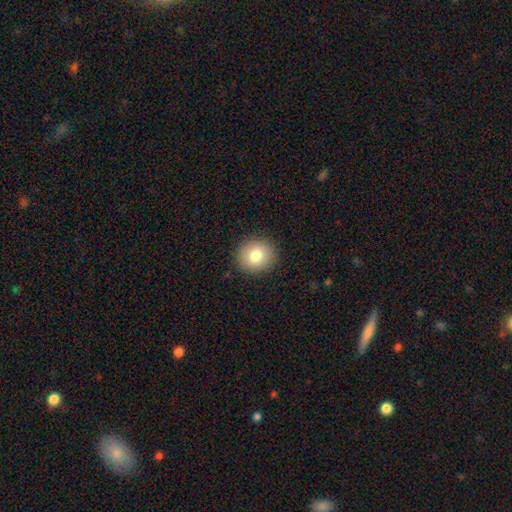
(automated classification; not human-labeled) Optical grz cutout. It shows a smooth galaxy with no disk features (80%) that is round (80%). Merging: none (90%).